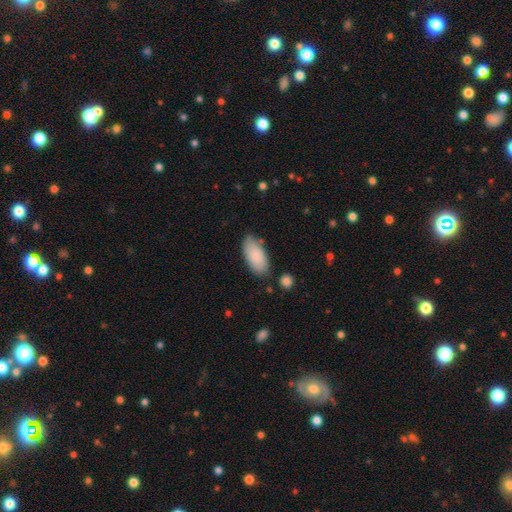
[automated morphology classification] smooth_or_featured: smooth (p=0.87) [alt: featured or disk p=0.07]
how_rounded: in between (p=0.92) [alt: cigar-shaped p=0.06]
merging: none (p=0.75) [alt: minor disturbance p=0.17]